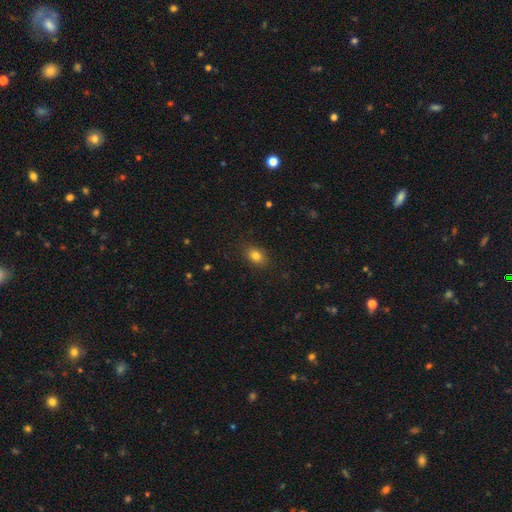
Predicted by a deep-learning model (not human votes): This appears to be a smooth galaxy with no disk features (82%) that is in between round and cigar-shaped (70%). Merging: none (86%).